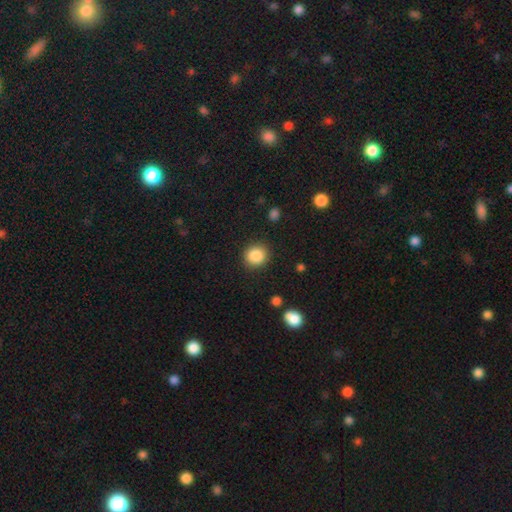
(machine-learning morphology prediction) The model was most divided on "how rounded": round: 88%, in between: 11%, cigar-shaped: 1%. More confident: merging — none (89%); smooth or featured — smooth (87%).